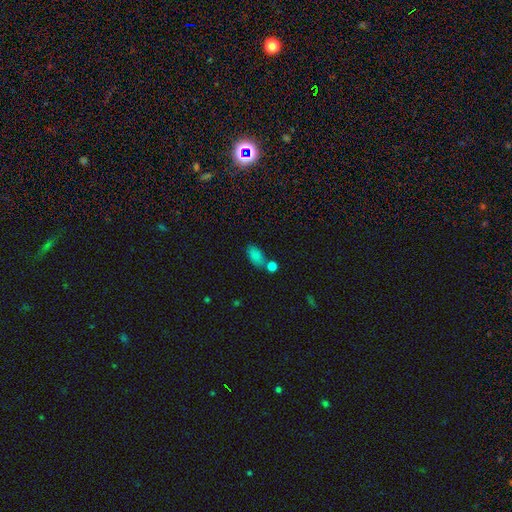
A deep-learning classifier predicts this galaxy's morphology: The model was most divided on "merging": none: 54%, merger: 24%, minor disturbance: 16%, major disturbance: 6%. More confident: how rounded — in between (89%); smooth or featured — smooth (82%).